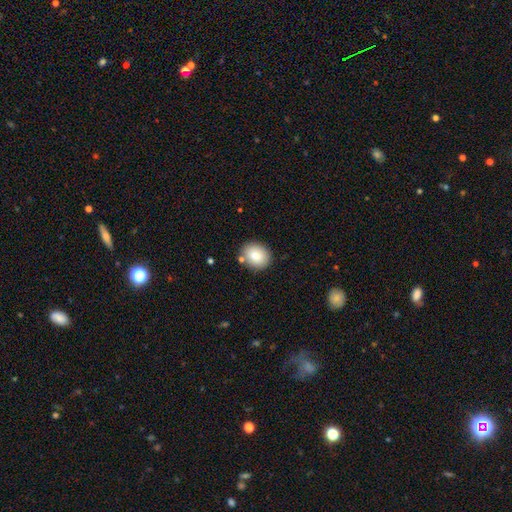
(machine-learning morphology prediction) A smooth galaxy with no disk features (85%) that is in between round and cigar-shaped (50%). Merging: none (81%).